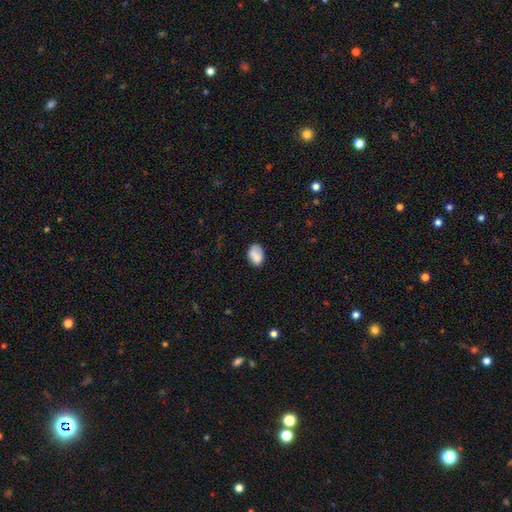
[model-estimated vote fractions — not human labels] Smooth or featured: smooth — 81% (featured or disk — 11%)
How rounded: in between — 79% (round — 20%)
Merging: none — 63% (minor disturbance — 25%)